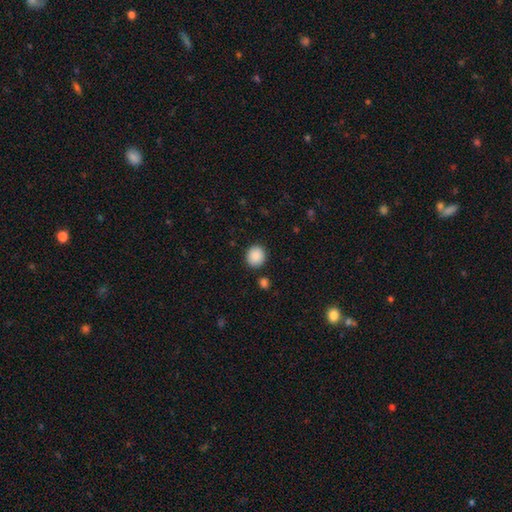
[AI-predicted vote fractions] Smooth or featured? smooth (89%)
How rounded? round (81%)
Merging? none (88%)